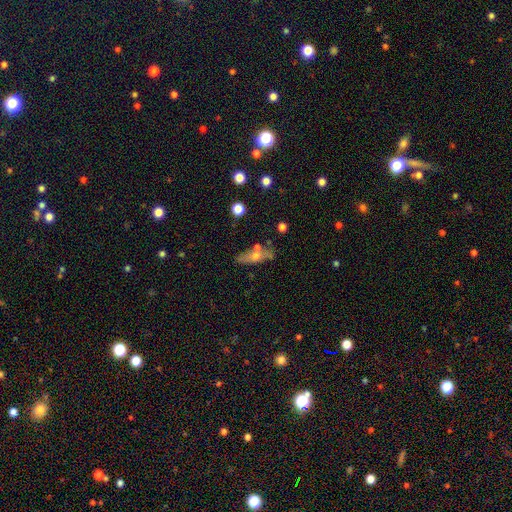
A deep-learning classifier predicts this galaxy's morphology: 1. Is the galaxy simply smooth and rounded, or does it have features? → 57% smooth, 34% featured or disk, 8% star or artifact.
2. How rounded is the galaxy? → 53% in between, 42% cigar-shaped, 5% round.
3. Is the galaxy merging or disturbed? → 67% none, 16% minor disturbance, 12% merger, 5% major disturbance.